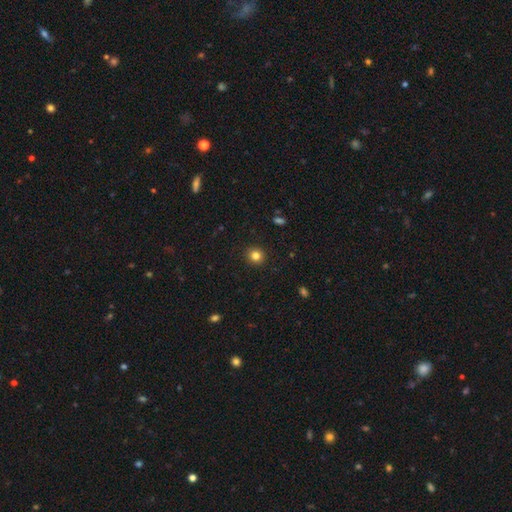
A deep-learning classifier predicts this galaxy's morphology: smooth 82%, star or artifact 12%, featured or disk 6%. Down the decision tree: how rounded — round (91%); merging — none (92%).